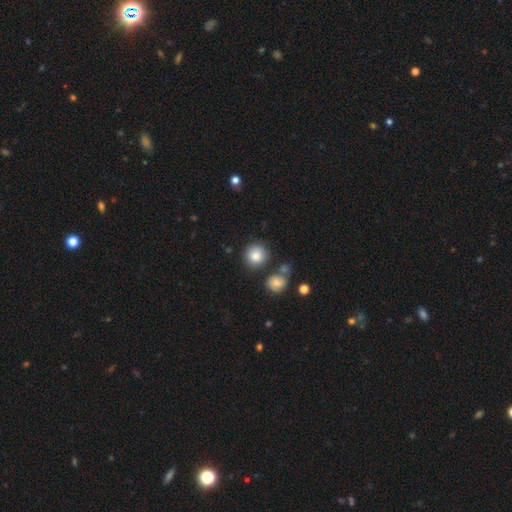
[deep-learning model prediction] The model was most divided on "merging": none: 79%, minor disturbance: 10%, merger: 8%, major disturbance: 3%. More confident: how rounded — round (91%); smooth or featured — smooth (84%).